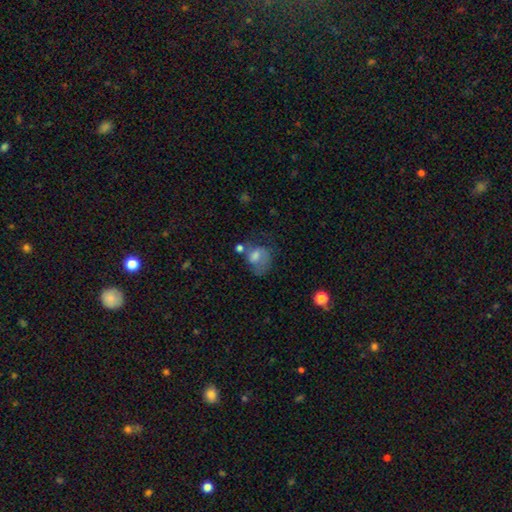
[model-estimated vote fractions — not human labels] Smooth or featured: smooth — 56% (featured or disk — 32%)
How rounded: in between — 57% (round — 42%)
Merging: none — 33% (major disturbance — 30%)